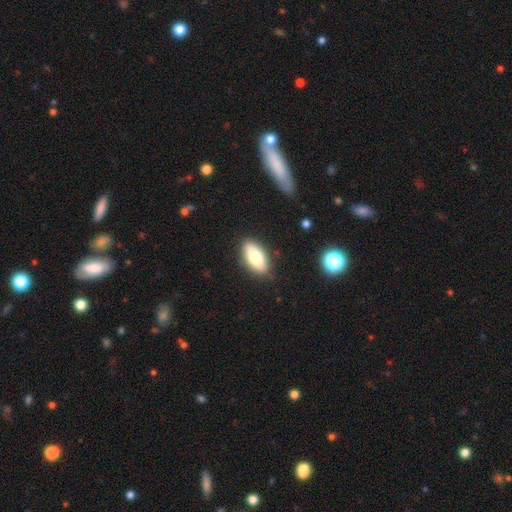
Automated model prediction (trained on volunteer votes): Q: Smooth or featured?
A: smooth (75%); runner-up: featured or disk (18%)
Q: How rounded?
A: in between (87%); runner-up: cigar-shaped (9%)
Q: Merging?
A: none (87%); runner-up: minor disturbance (10%)